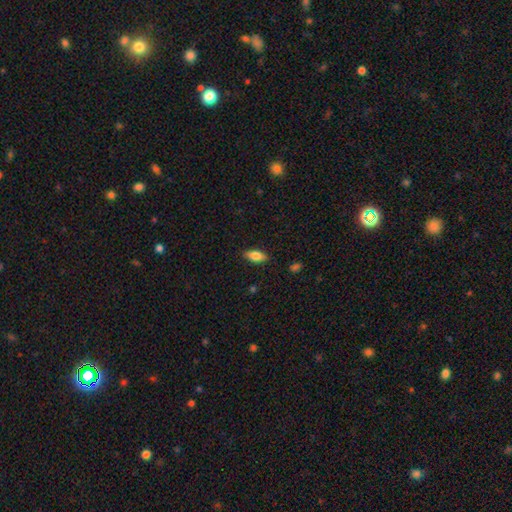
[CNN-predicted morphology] smooth_or_featured: smooth (p=0.80) [alt: featured or disk p=0.13]
how_rounded: in between (p=0.82) [alt: cigar-shaped p=0.16]
merging: none (p=0.86) [alt: minor disturbance p=0.11]